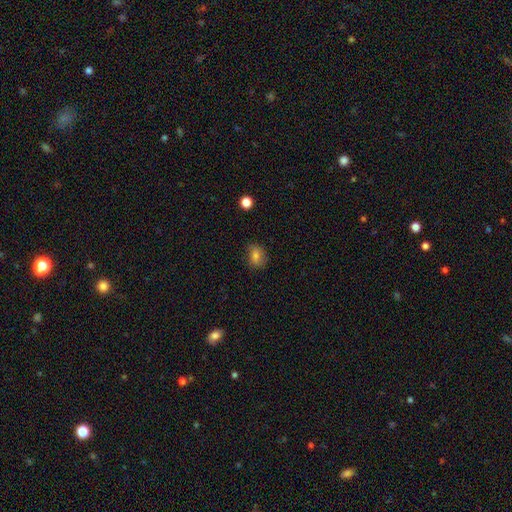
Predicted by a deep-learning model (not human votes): This appears to be a smooth galaxy with no disk features (75%) that is in between round and cigar-shaped (67%). Merging: none (72%).